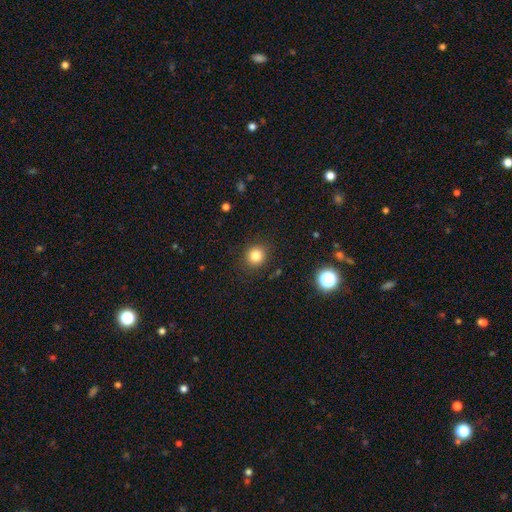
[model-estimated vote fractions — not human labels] smooth 82%, star or artifact 12%, featured or disk 5%. Down the decision tree: how rounded — round (87%); merging — none (89%).